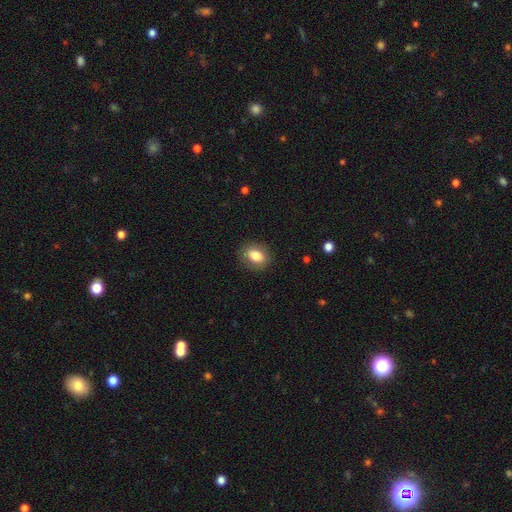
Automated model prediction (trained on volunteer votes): Overall: smooth (80%). How rounded: in between (69%). Merging: none (85%).